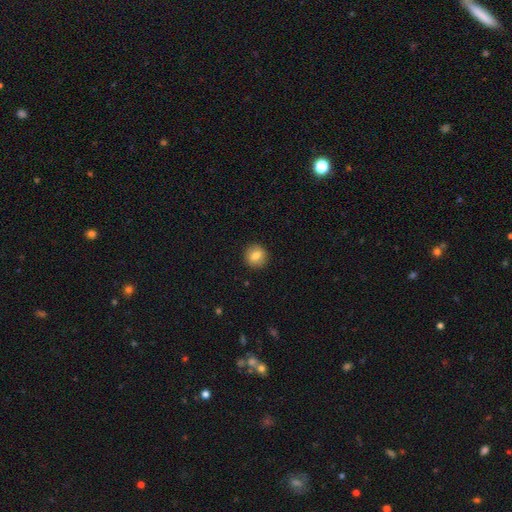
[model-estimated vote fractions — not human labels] smooth_or_featured: smooth (p=0.80) [alt: featured or disk p=0.11]
how_rounded: round (p=0.89) [alt: in between p=0.10]
merging: none (p=0.91) [alt: minor disturbance p=0.06]